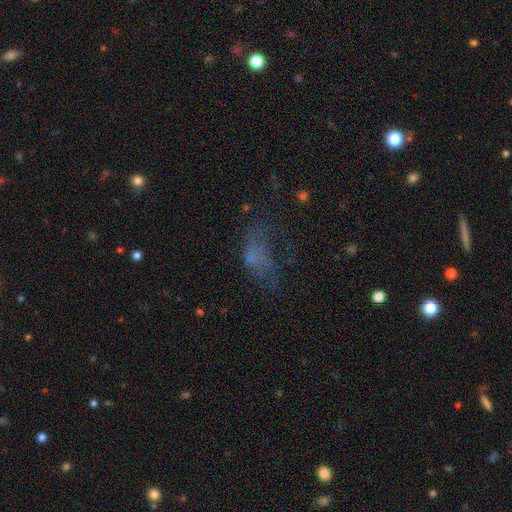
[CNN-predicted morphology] type=smooth (45%); merging=major disturbance (45%).